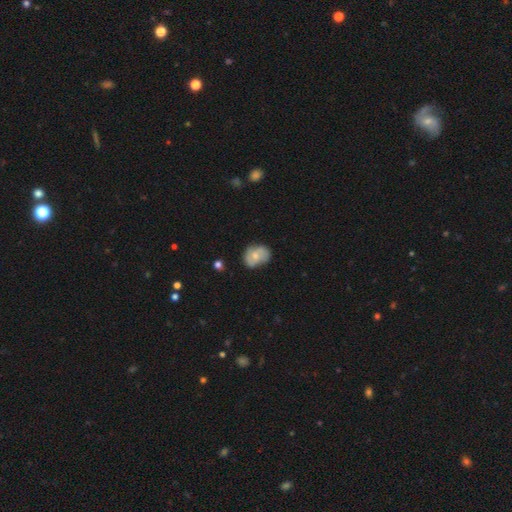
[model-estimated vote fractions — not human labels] Smooth or featured? Predicted: smooth (p=0.55). How rounded? Predicted: in between (p=0.57). Merging? Predicted: none (p=0.59).